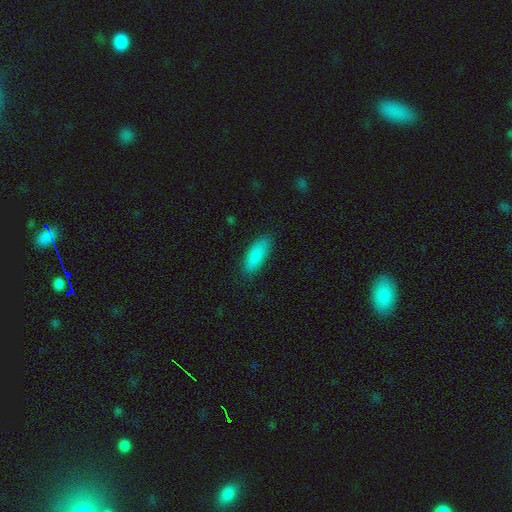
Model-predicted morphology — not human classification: The model was most divided on "how rounded": in between: 77%, cigar-shaped: 22%, round: 2%. More confident: smooth or featured — smooth (88%); merging — none (85%).